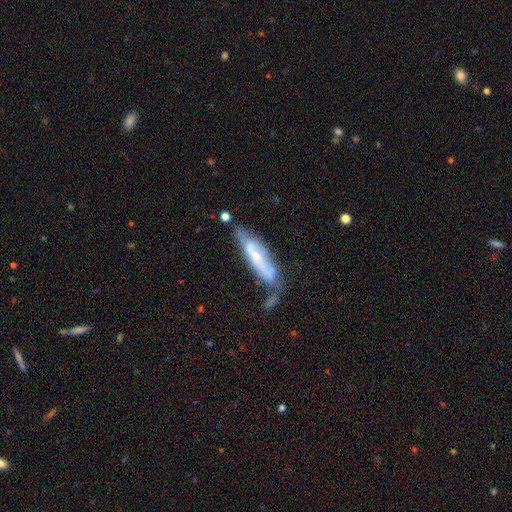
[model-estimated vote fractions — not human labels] smooth_or_featured: featured or disk (p=0.57) [alt: smooth p=0.36]
disk_edge_on: no (p=0.58) [alt: yes p=0.42]
merging: none (p=0.41) [alt: minor disturbance p=0.29]